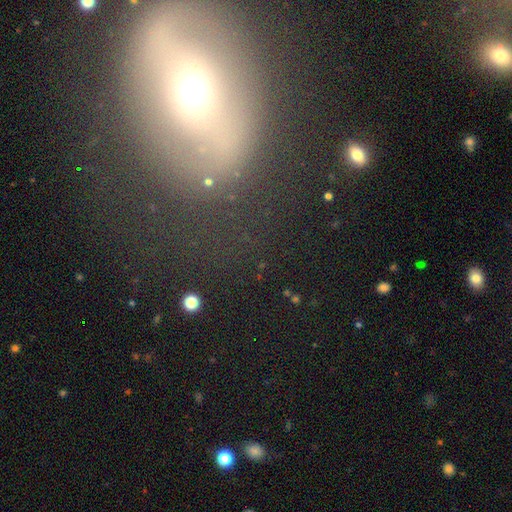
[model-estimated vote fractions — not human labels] The model was most divided on "smooth or featured": smooth: 37%, star or artifact: 32%, featured or disk: 30%. More confident: merging — none (56%).